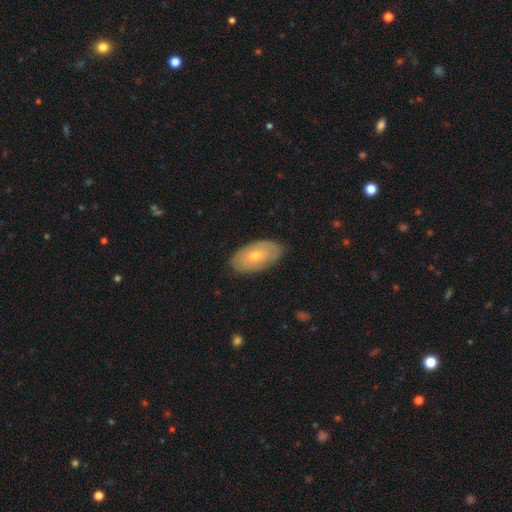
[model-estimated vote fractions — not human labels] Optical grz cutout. It shows a smooth galaxy with no disk features (54%) that is in between round and cigar-shaped (94%). Merging: none (83%).